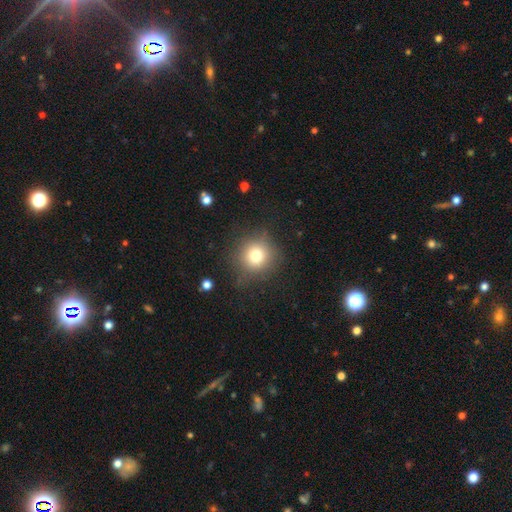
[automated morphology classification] This appears to be a smooth galaxy with no disk features (75%) that is round (92%). Merging: none (81%).